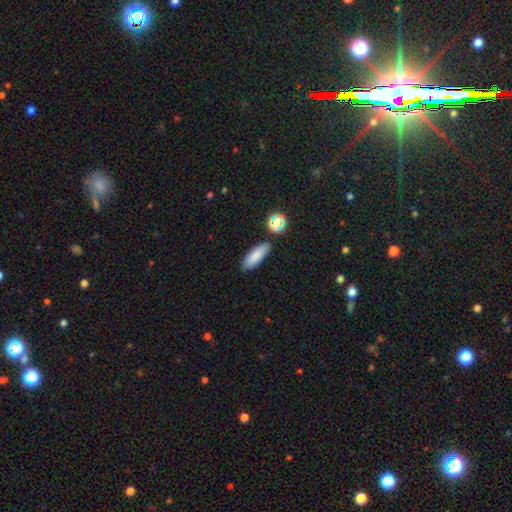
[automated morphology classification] smooth-or-featured: smooth: 83% | star or artifact: 9% | featured or disk: 8%
  how-rounded: in between: 68% | cigar-shaped: 29% | round: 3%
  merging: none: 84% | minor disturbance: 10% | merger: 4% | major disturbance: 2%